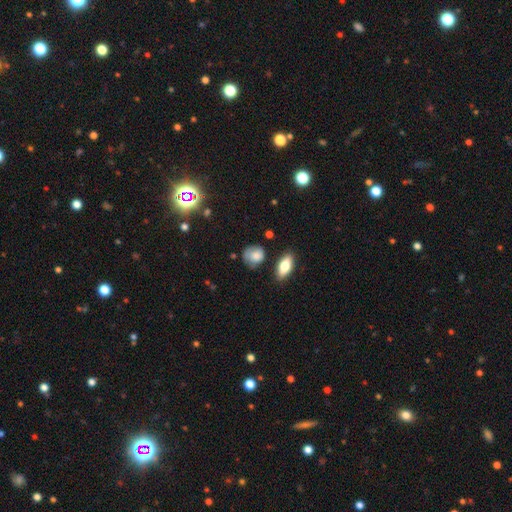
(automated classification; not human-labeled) Smooth or featured? Predicted: smooth (p=0.74). How rounded? Predicted: round (p=0.58). Merging? Predicted: none (p=0.54).